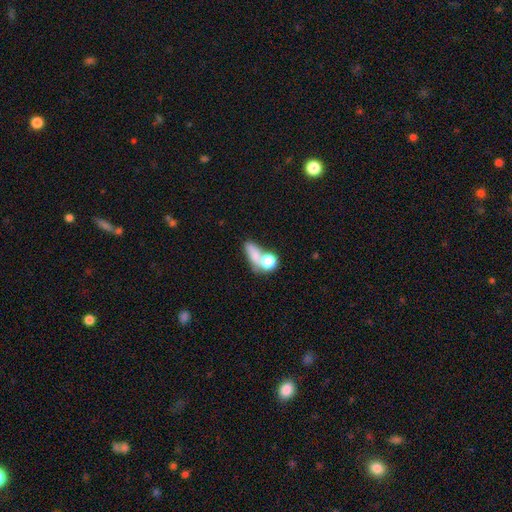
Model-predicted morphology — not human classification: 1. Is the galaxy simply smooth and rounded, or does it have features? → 71% smooth, 16% featured or disk, 13% star or artifact.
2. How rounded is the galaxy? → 51% in between, 34% round, 14% cigar-shaped.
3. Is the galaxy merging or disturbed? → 43% merger, 29% none, 15% major disturbance, 12% minor disturbance.